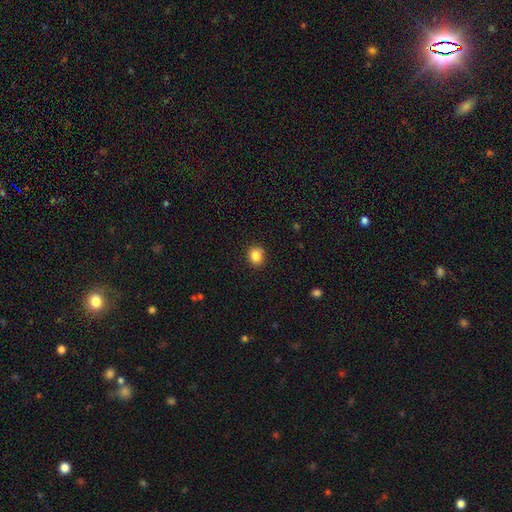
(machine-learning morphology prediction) smooth_or_featured: smooth (p=0.85) [alt: star or artifact p=0.10]
how_rounded: round (p=0.80) [alt: in between p=0.19]
merging: none (p=0.89) [alt: minor disturbance p=0.08]